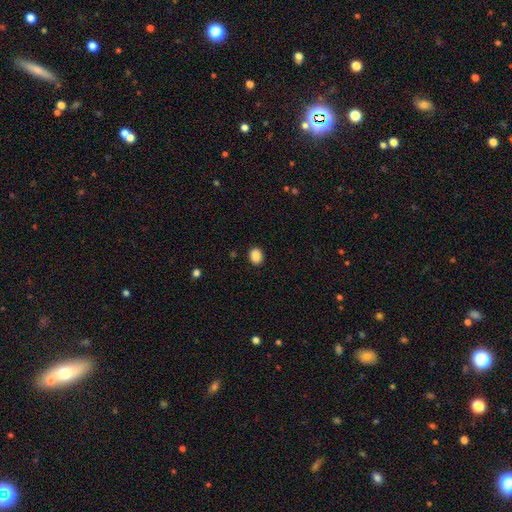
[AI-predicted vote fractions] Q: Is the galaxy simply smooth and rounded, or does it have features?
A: smooth — 88%.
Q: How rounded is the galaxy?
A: round — 51%.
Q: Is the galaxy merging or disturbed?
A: none — 90%.